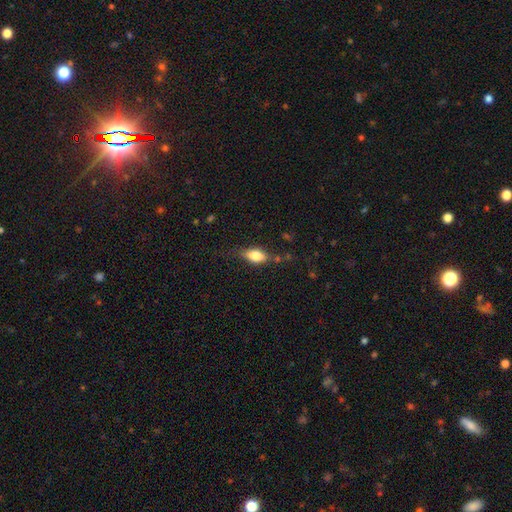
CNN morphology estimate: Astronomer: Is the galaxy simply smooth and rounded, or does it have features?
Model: smooth — 73%.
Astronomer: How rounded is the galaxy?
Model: in between — 83%.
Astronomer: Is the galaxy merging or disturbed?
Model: none — 67%.